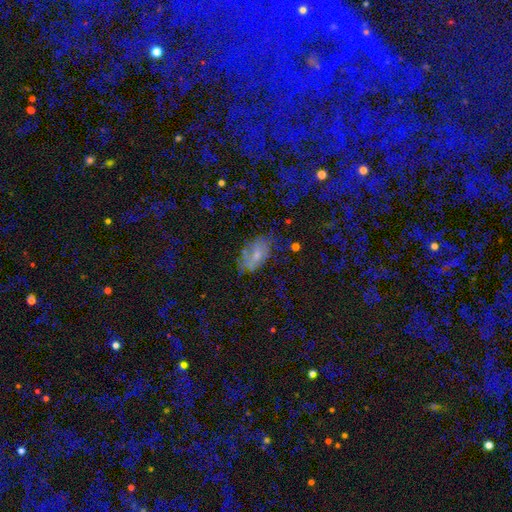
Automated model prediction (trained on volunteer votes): smooth_or_featured: smooth (p=0.51) [alt: featured or disk p=0.36]
how_rounded: in between (p=0.90) [alt: round p=0.06]
merging: none (p=0.56) [alt: minor disturbance p=0.27]